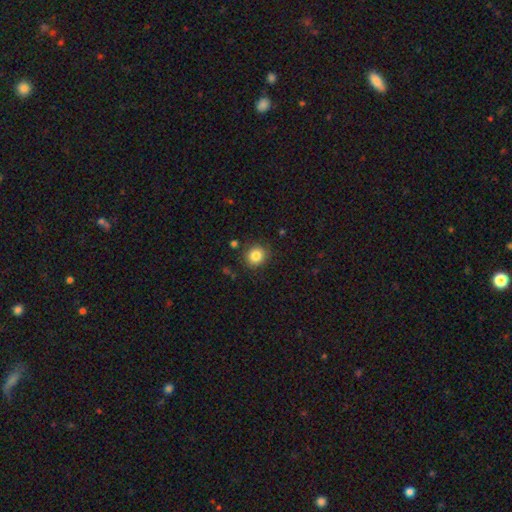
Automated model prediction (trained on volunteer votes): A smooth galaxy with no disk features (85%) that is round (86%).

Vote fractions:
- Smooth or featured? smooth: 85% / star or artifact: 10% / featured or disk: 5%
- How rounded? round: 86% / in between: 13% / cigar-shaped: 1%
- Merging? none: 87% / minor disturbance: 8% / major disturbance: 3% / merger: 2%